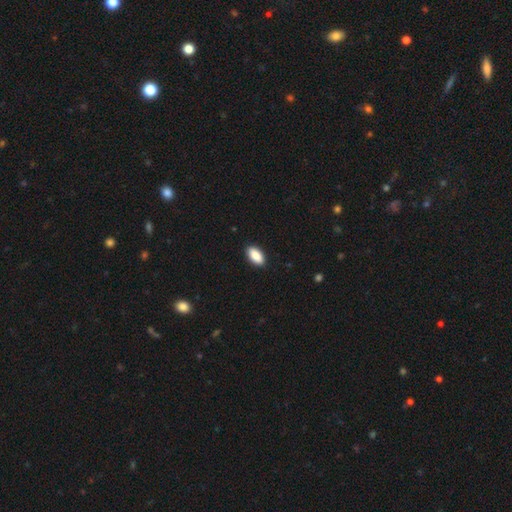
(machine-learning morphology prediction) The model was most divided on "merging": none: 90%, minor disturbance: 8%, major disturbance: 2%, merger: 1%. More confident: how rounded — in between (92%); smooth or featured — smooth (90%).